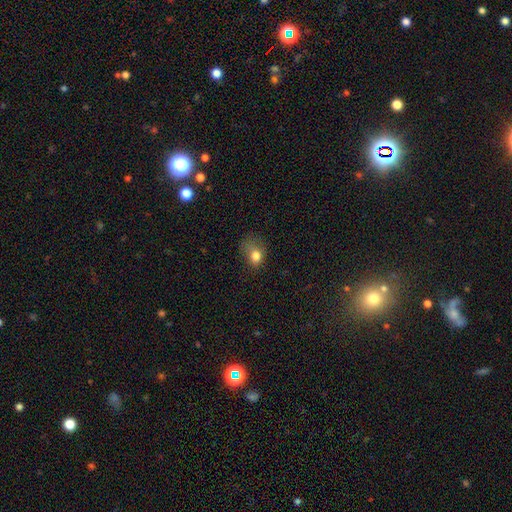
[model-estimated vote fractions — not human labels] Smooth or featured?
  - smooth: 77% *
  - star or artifact: 12%
  - featured or disk: 11%
How rounded?
  - in between: 56% *
  - round: 43%
  - cigar-shaped: 1%
Merging?
  - minor disturbance: 34% *
  - none: 32%
  - major disturbance: 31%
  - merger: 2%